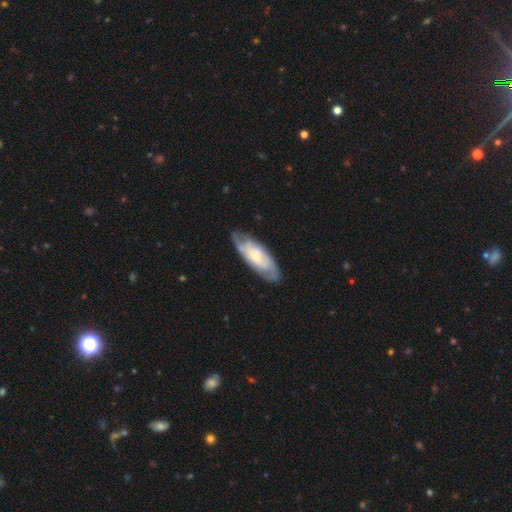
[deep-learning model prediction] Overall: featured or disk (67%; smooth 28%). Edge-on disk: no (86%). Bar: no (68%). Spiral arms: yes (87%). Spiral arm count: 2 (40%, tied with can't tell). Spiral winding: tight (52%; medium 36%). Bulge size: small (52%; moderate 33%). Merging: none (71%).